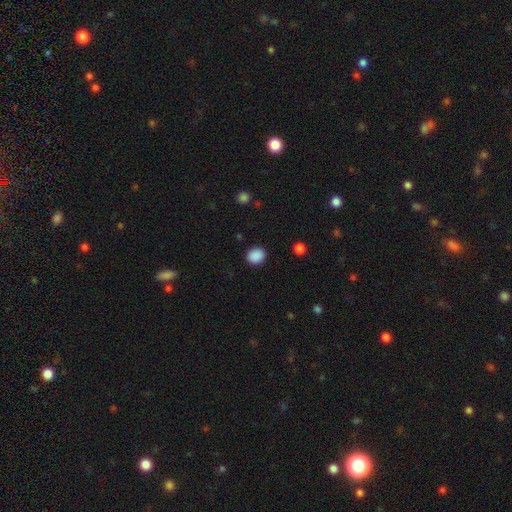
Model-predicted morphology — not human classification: This appears to be a smooth galaxy with no disk features (89%) that is round (69%). Merging: none (89%).